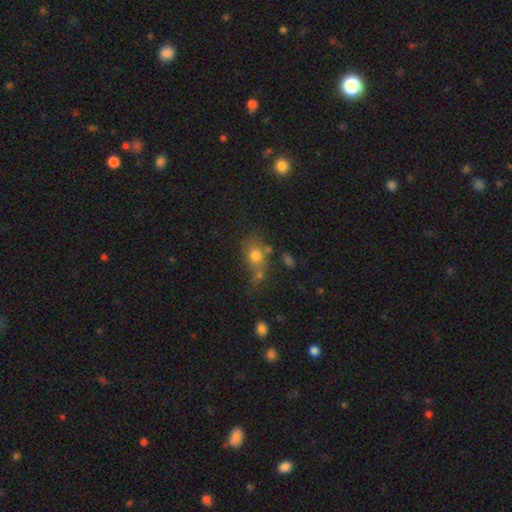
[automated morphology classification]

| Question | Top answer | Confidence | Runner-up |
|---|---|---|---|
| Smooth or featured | smooth | 69% | featured or disk (17%) |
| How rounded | in between | 54% | round (43%) |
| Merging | none | 39% | merger (26%) |